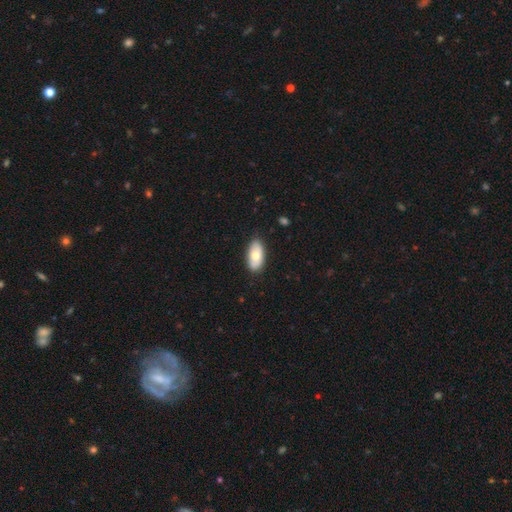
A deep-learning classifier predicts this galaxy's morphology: smooth_or_featured: smooth (p=0.65) [alt: featured or disk p=0.29]
how_rounded: in between (p=0.93) [alt: round p=0.04]
merging: none (p=0.82) [alt: minor disturbance p=0.14]